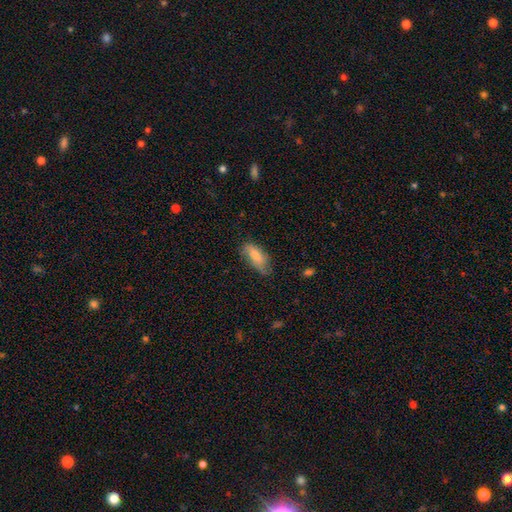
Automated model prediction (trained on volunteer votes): Smooth or featured: smooth — 75% (featured or disk — 19%)
How rounded: in between — 84% (cigar-shaped — 14%)
Merging: none — 57% (minor disturbance — 31%)